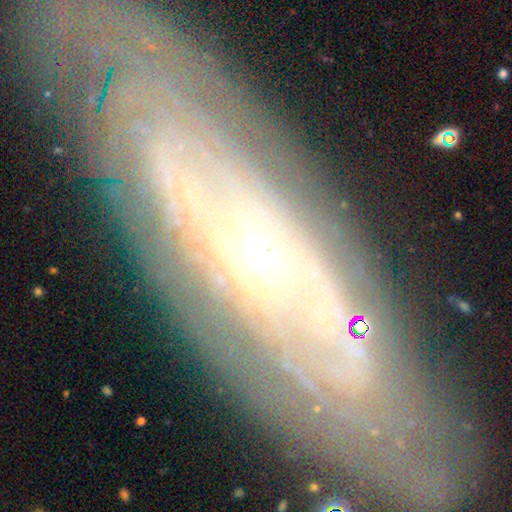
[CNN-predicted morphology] A featured or disk galaxy (77%) with no bar (72%), spiral arms (72%) and a small central bulge (58%).

Vote fractions:
- Smooth or featured? featured or disk: 77% / smooth: 15% / star or artifact: 8%
- Edge-on disk? no: 75% / yes: 25%
- Bar? no: 72% / weak: 20% / strong: 8%
- Spiral arms? yes: 72% / no: 28%
- Bulge size? small: 58% / moderate: 36% / large: 3% / none: 2% / dominant: 1%
- Merging? none: 72% / minor disturbance: 17% / major disturbance: 8% / merger: 2%